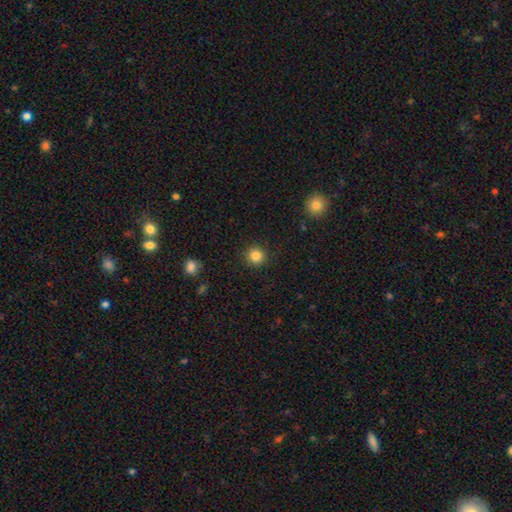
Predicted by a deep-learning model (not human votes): Morphology: type=smooth (85%); roundness=round (95%); merging=none (91%).